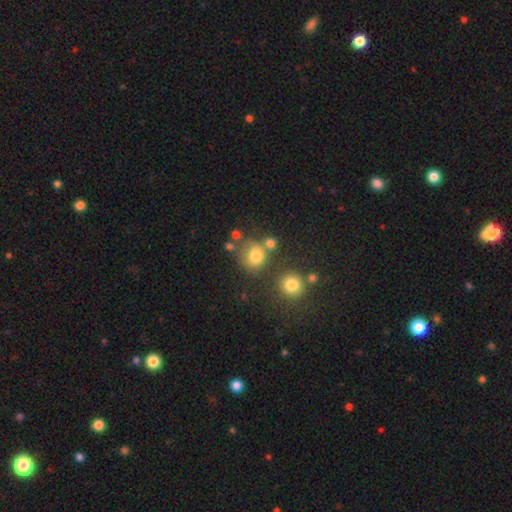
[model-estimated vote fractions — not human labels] The model was most divided on "merging": none: 60%, merger: 18%, minor disturbance: 15%, major disturbance: 7%. More confident: how rounded — round (83%); smooth or featured — smooth (74%).